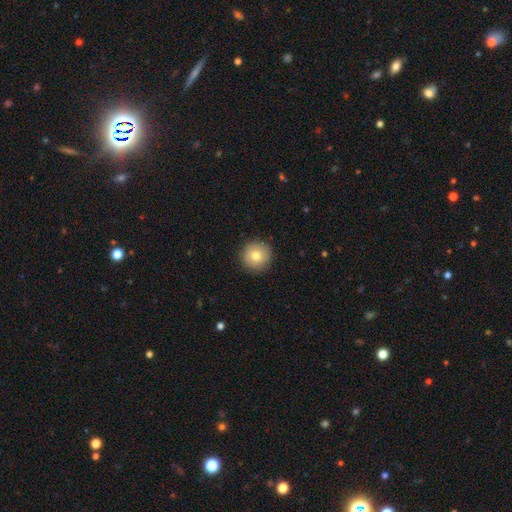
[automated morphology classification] smooth-or-featured: smooth: 77% | featured or disk: 15% | star or artifact: 9%
  how-rounded: round: 95% | in between: 4% | cigar-shaped: 1%
  merging: none: 90% | minor disturbance: 7% | major disturbance: 2% | merger: 1%